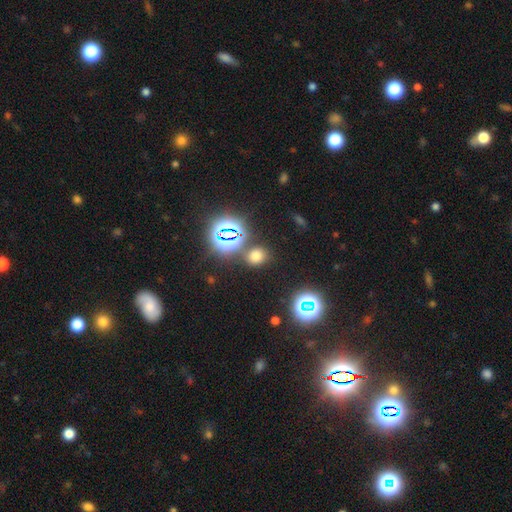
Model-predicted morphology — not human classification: This appears to be a smooth galaxy with no disk features (62%) that is round (68%). Merging: none (80%).